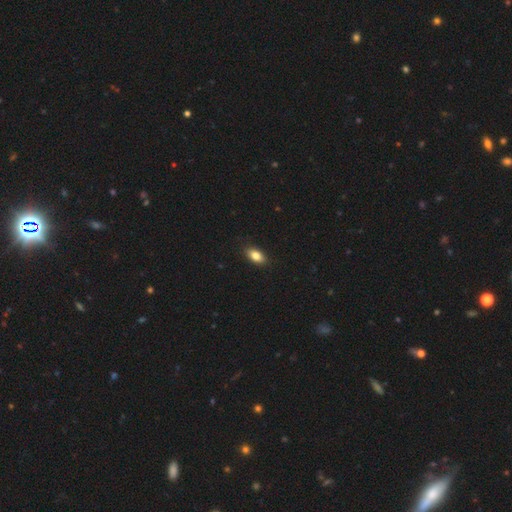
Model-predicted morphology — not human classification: type=smooth (84%); roundness=in between (89%); merging=none (88%).